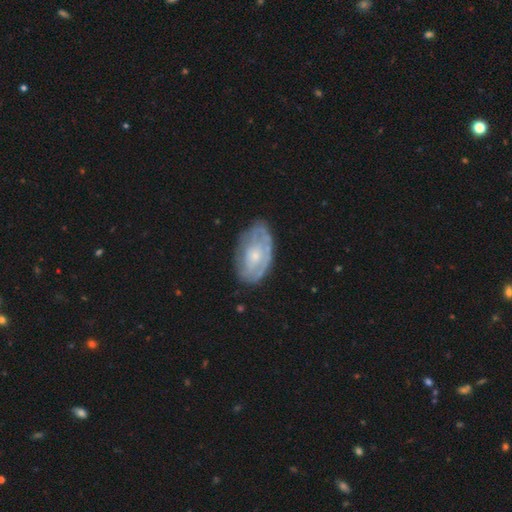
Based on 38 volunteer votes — A featured or disk galaxy (71%) with no bar (56%), medium (60%) spiral arms (74%) and a small central bulge (52%). Merging: none (76%).